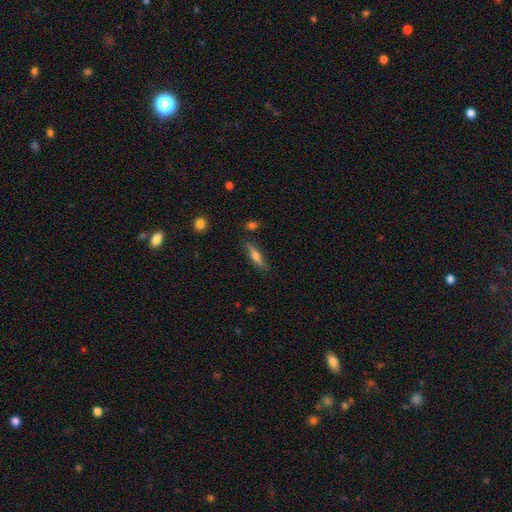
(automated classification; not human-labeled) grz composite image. It shows a smooth galaxy with no disk features (50%) that is cigar-shaped (72%). Merging: none (78%).